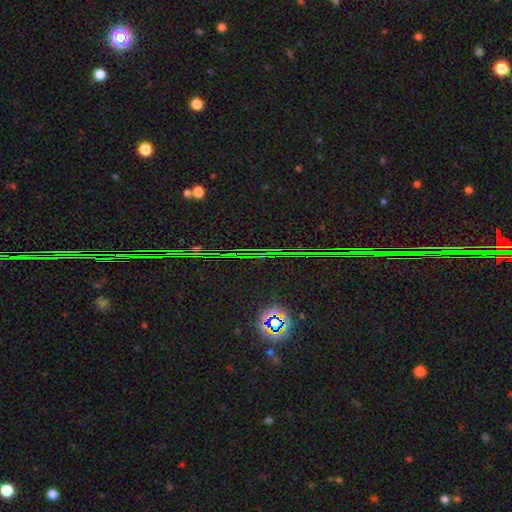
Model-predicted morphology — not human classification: The model was most divided on "smooth or featured": star or artifact: 84%, smooth: 8%, featured or disk: 8%.